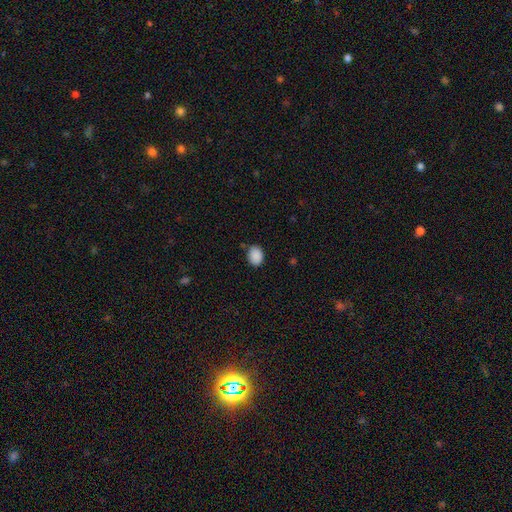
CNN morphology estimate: This appears to be a smooth galaxy with no disk features (89%) that is in between round and cigar-shaped (65%). Merging: none (81%).